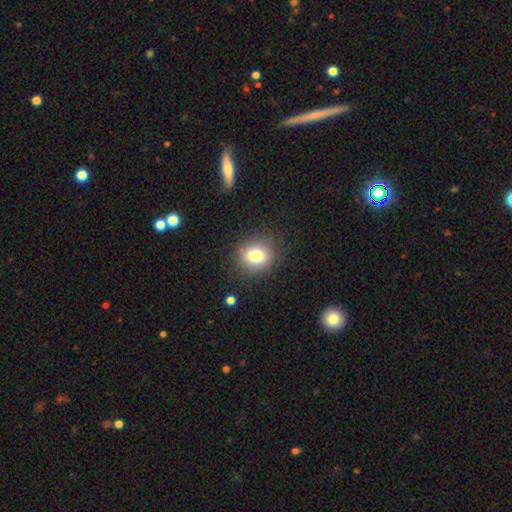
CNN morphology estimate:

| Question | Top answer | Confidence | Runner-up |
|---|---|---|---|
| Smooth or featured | smooth | 78% | star or artifact (12%) |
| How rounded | round | 76% | in between (23%) |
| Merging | none | 86% | minor disturbance (9%) |